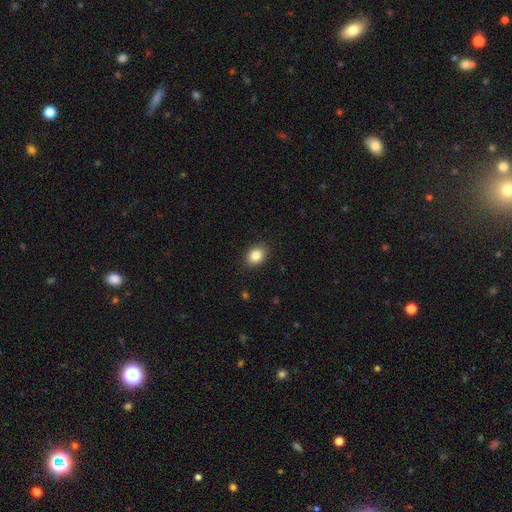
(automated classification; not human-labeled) Q: Smooth or featured?
A: smooth (85%); runner-up: star or artifact (9%)
Q: How rounded?
A: in between (64%); runner-up: round (35%)
Q: Merging?
A: none (88%); runner-up: minor disturbance (9%)